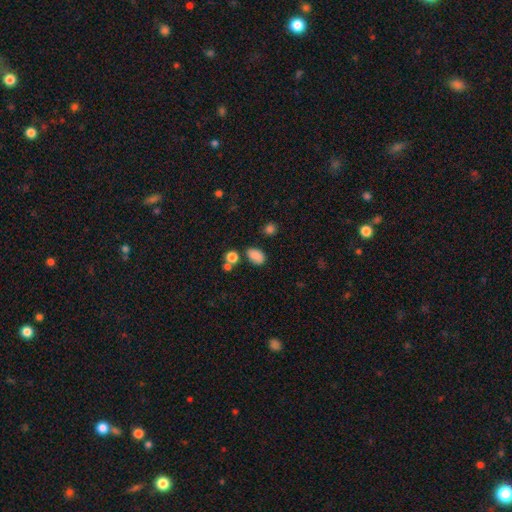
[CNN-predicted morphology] Smooth or featured? Predicted: smooth (p=0.82). How rounded? Predicted: in between (p=0.84). Merging? Predicted: none (p=0.71).